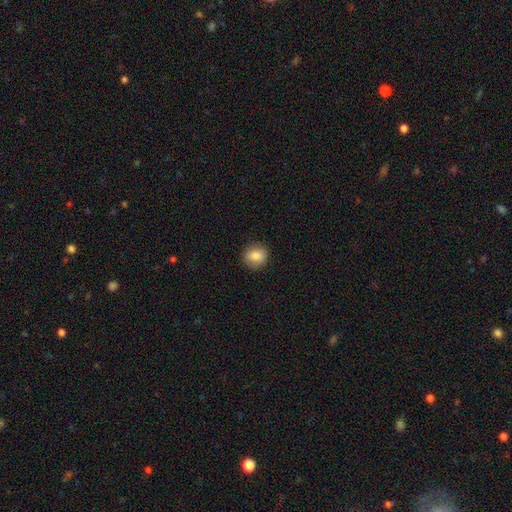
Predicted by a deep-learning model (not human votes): A smooth galaxy with no disk features (85%) that is round (76%).

Vote fractions:
- Smooth or featured? smooth: 85% / star or artifact: 9% / featured or disk: 7%
- How rounded? round: 76% / in between: 23% / cigar-shaped: 1%
- Merging? none: 88% / minor disturbance: 8% / major disturbance: 2% / merger: 1%